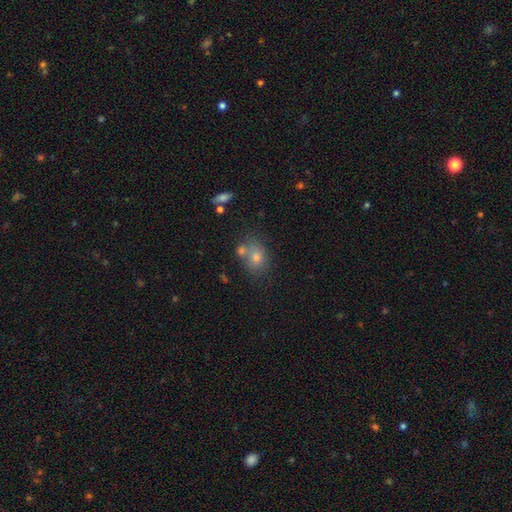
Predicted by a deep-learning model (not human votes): A smooth galaxy with no disk features (67%) that is round (55%). Merging: none (59%).